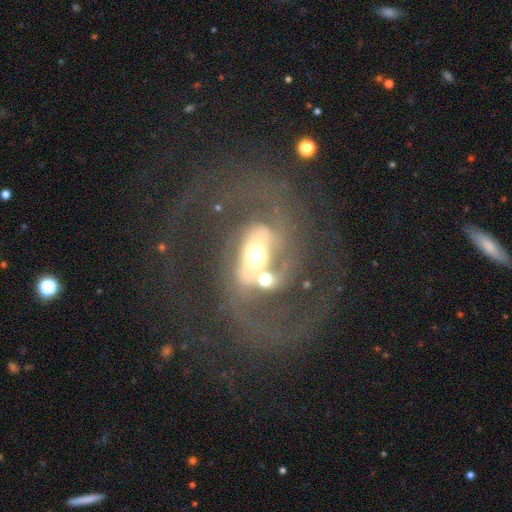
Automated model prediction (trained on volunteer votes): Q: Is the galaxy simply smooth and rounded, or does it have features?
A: featured or disk — 85%.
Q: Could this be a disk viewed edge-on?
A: no — 96%.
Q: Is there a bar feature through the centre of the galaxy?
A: strong — 49%.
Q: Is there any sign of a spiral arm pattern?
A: yes — 91%.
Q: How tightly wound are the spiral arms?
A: medium — 50%.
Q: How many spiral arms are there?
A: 2 — 70%.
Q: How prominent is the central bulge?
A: moderate — 59%.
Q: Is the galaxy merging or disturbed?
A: none — 41%.